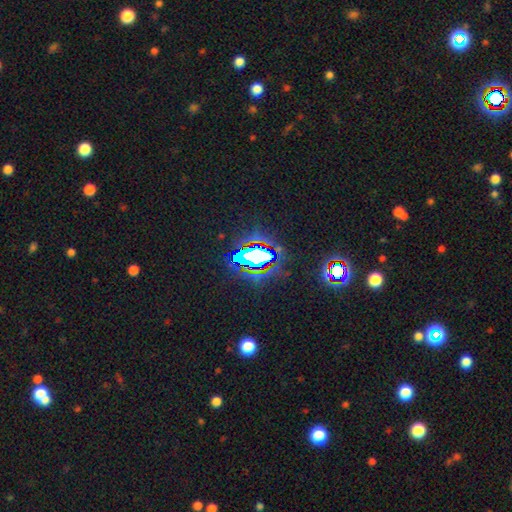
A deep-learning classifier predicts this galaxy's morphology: A star or artifact, not a galaxy (73%).

Vote fractions:
- Smooth or featured? star or artifact: 73% / smooth: 15% / featured or disk: 12%